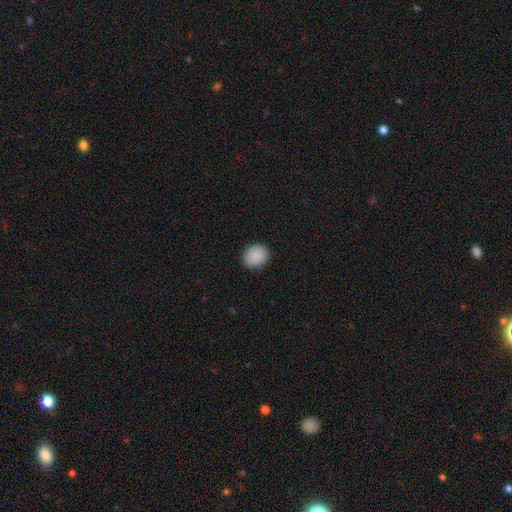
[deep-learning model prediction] Smooth or featured? smooth (89%)
How rounded? round (61%)
Merging? none (88%)